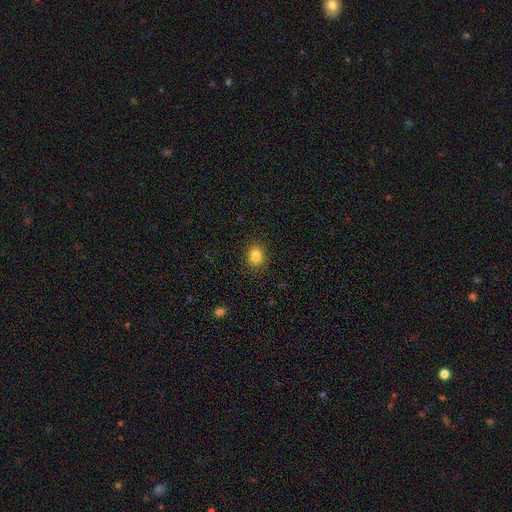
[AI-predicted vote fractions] Smooth or featured? Predicted: smooth (p=0.84). How rounded? Predicted: round (p=0.54). Merging? Predicted: none (p=0.89).